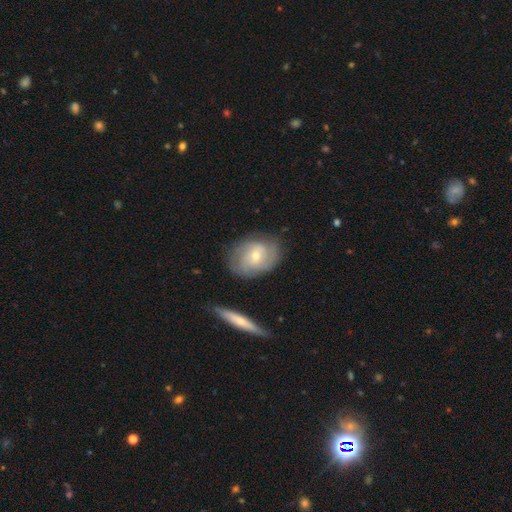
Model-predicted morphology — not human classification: smooth_or_featured: featured or disk (p=0.69) [alt: smooth p=0.24]
disk_edge_on: no (p=0.95) [alt: yes p=0.05]
bar: no (p=0.57) [alt: weak p=0.36]
has_spiral_arms: yes (p=0.88) [alt: no p=0.12]
spiral_winding: tight (p=0.56) [alt: medium p=0.33]
spiral_arm_count: can't tell (p=0.35) [alt: 2 p=0.26]
bulge_size: small (p=0.53) [alt: moderate p=0.43]
merging: none (p=0.76) [alt: minor disturbance p=0.16]